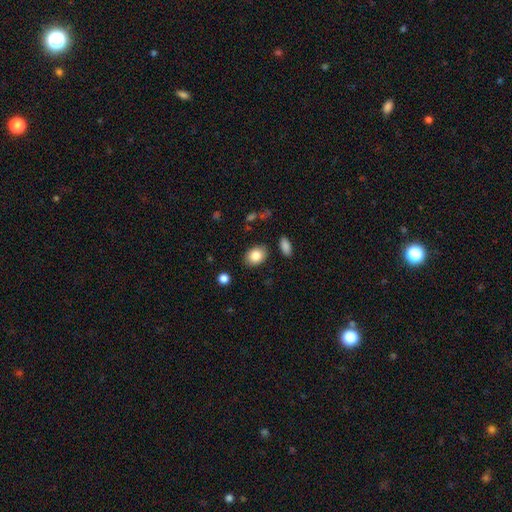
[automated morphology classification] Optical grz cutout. It shows a smooth galaxy with no disk features (85%) that is in between round and cigar-shaped (70%). Merging: none (85%).